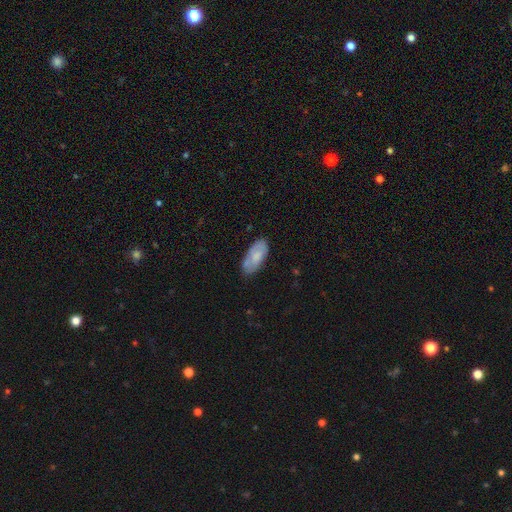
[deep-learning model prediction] This appears to be a smooth galaxy with no disk features (69%) that is in between round and cigar-shaped (90%). Merging: none (72%).